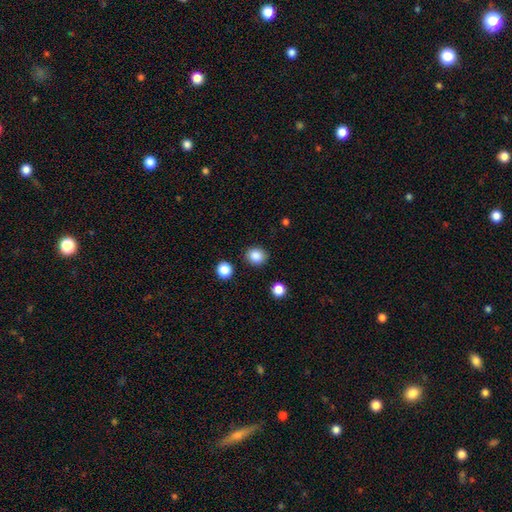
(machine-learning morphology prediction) smooth_or_featured: smooth (p=0.86) [alt: star or artifact p=0.10]
how_rounded: round (p=0.80) [alt: in between p=0.19]
merging: none (p=0.87) [alt: minor disturbance p=0.08]